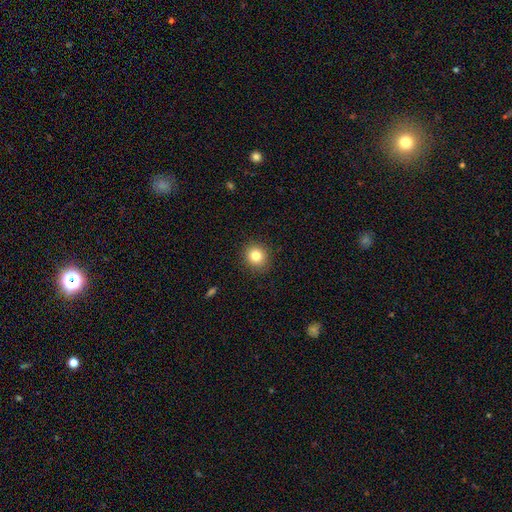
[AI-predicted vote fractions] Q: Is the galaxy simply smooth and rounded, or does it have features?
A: smooth — 82%.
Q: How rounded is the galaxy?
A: round — 83%.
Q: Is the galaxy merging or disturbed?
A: none — 90%.